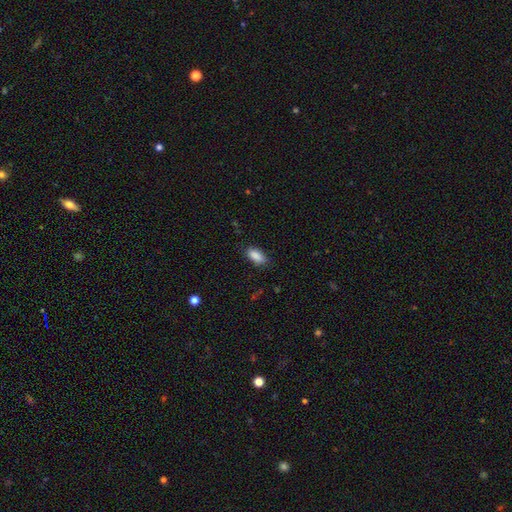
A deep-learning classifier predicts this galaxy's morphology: This appears to be a smooth galaxy with no disk features (88%) that is in between round and cigar-shaped (89%). Merging: none (80%).